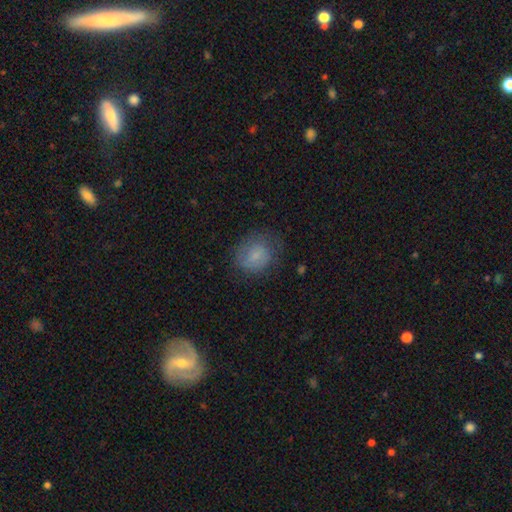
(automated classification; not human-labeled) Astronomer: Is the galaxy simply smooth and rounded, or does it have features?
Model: smooth — 74%.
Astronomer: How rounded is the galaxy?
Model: round — 70%.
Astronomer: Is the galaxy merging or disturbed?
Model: none — 66%.